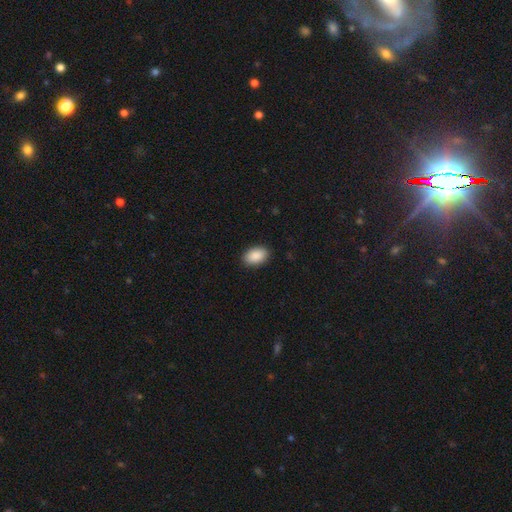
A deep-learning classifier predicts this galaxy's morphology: Smooth or featured: smooth — 90% (star or artifact — 7%)
How rounded: in between — 92% (round — 7%)
Merging: none — 90% (minor disturbance — 7%)